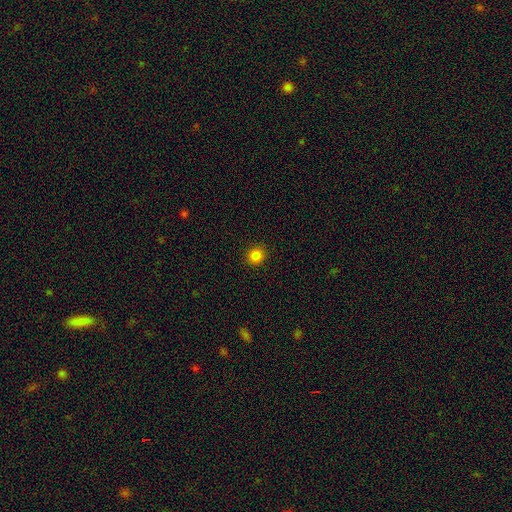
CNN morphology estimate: Smooth or featured: smooth — 82% (star or artifact — 13%)
How rounded: round — 86% (in between — 13%)
Merging: none — 92% (minor disturbance — 6%)